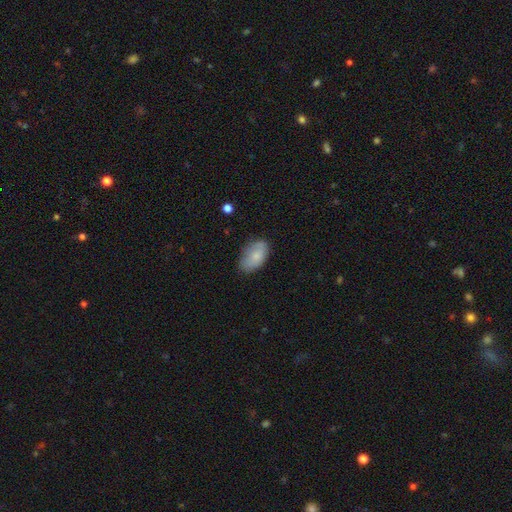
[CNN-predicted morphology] Smooth or featured?
  - smooth: 78% *
  - featured or disk: 16%
  - star or artifact: 7%
How rounded?
  - in between: 94% *
  - round: 5%
  - cigar-shaped: 2%
Merging?
  - none: 74% *
  - minor disturbance: 21%
  - major disturbance: 4%
  - merger: 1%